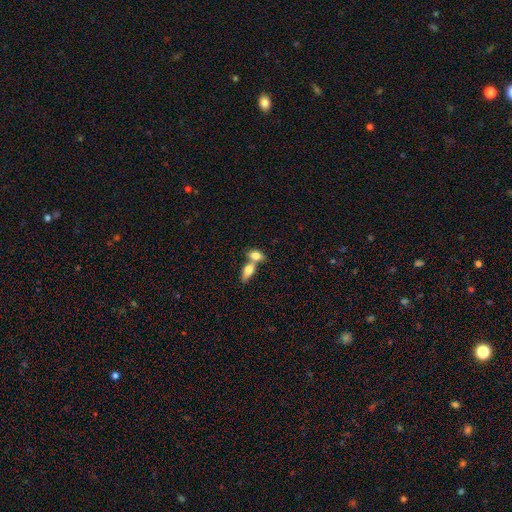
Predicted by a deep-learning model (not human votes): This is likely a smooth galaxy (74%). How rounded: clearly in between (80%). Merging: likely merger (67%).